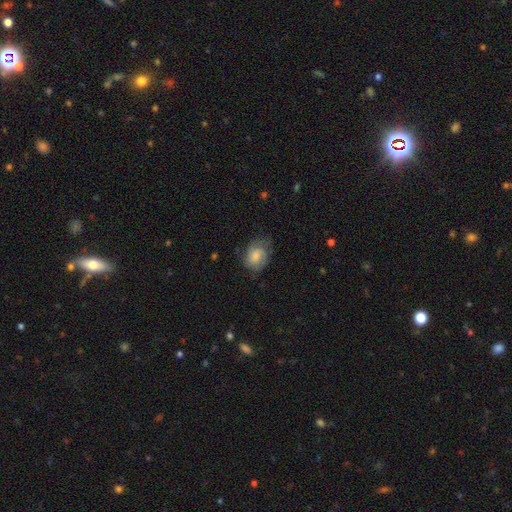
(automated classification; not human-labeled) Smooth or featured: smooth — 56% (featured or disk — 36%)
How rounded: in between — 60% (round — 39%)
Merging: none — 59% (minor disturbance — 28%)